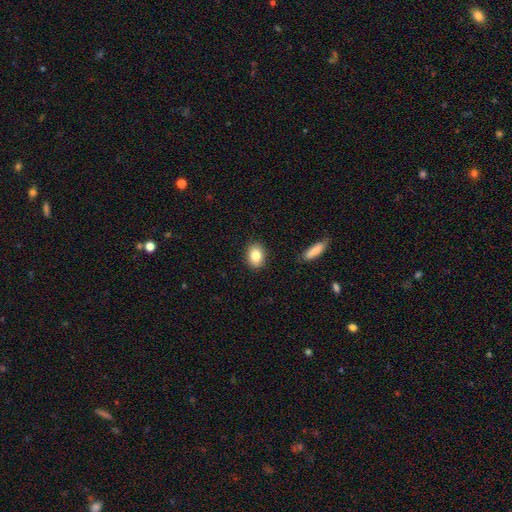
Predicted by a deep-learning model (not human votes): Morphology: type=smooth (83%); roundness=in between (68%); merging=none (88%).